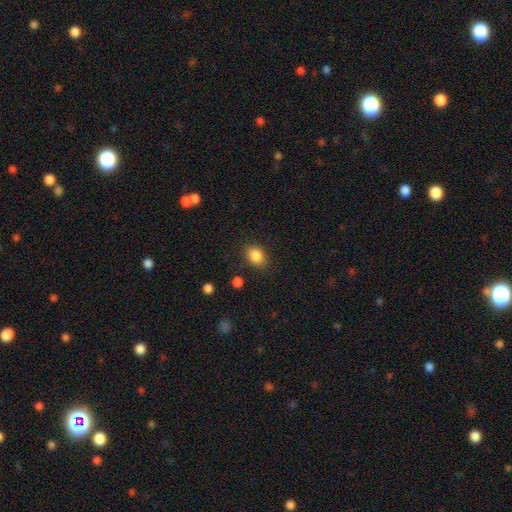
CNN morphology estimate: Smooth or featured?
  - smooth: 86% *
  - star or artifact: 9%
  - featured or disk: 5%
How rounded?
  - in between: 64% *
  - round: 35%
  - cigar-shaped: 1%
Merging?
  - none: 83% *
  - minor disturbance: 11%
  - major disturbance: 3%
  - merger: 2%